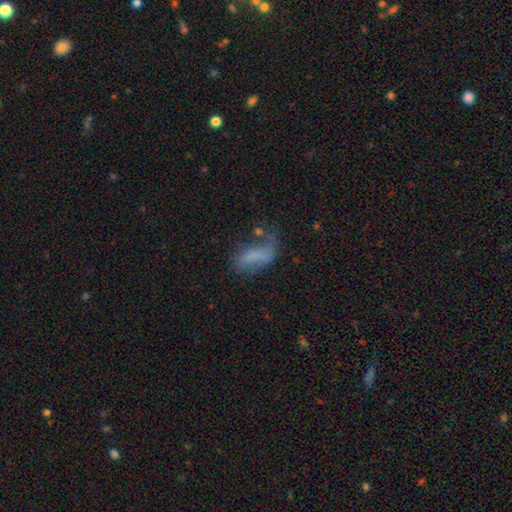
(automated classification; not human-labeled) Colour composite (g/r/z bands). It shows a smooth galaxy with no disk features (55%) that is in between round and cigar-shaped (81%). Merging: none (33%).